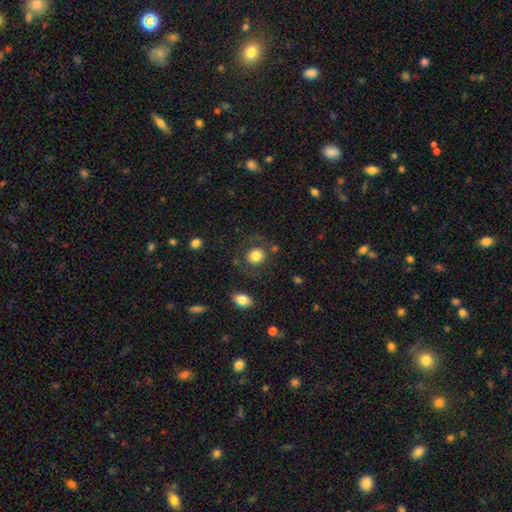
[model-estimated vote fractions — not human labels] Smooth or featured? smooth (81%)
How rounded? round (82%)
Merging? none (78%)